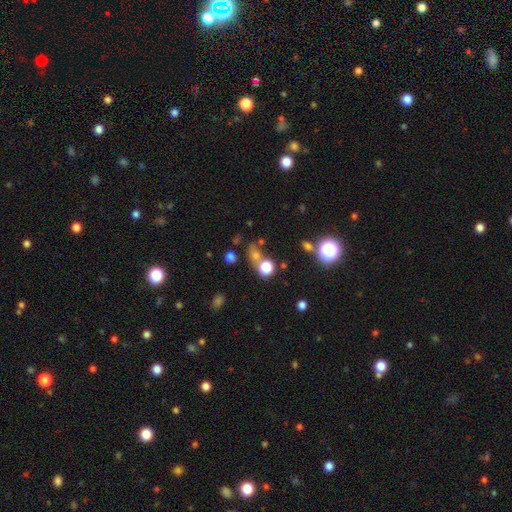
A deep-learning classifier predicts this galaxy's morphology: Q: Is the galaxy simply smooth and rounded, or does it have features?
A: smooth — 62%.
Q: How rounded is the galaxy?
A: round — 75%.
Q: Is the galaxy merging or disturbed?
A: none — 53%.